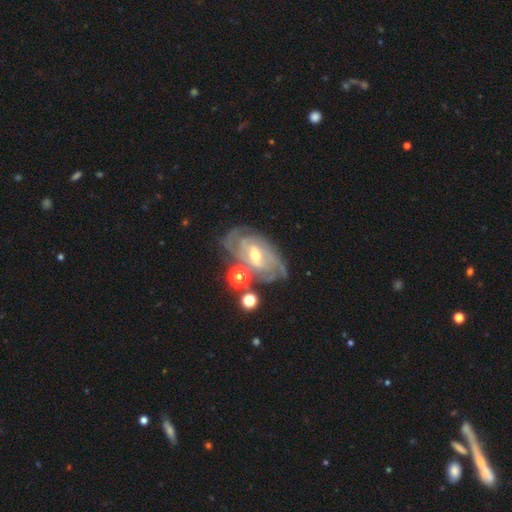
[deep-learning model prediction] This appears to be a featured or disk galaxy (86%) with a weak bar (46%), tight (67%) spiral arms (95%) and a moderate central bulge (54%). Merging: none (66%).